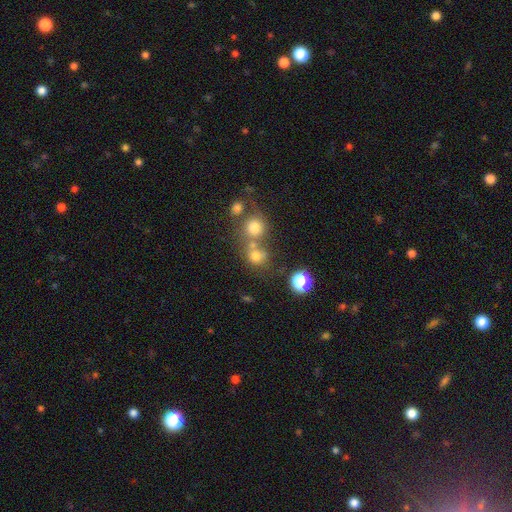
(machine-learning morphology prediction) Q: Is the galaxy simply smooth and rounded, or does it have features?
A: smooth — 70%.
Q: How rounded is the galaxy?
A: round — 80%.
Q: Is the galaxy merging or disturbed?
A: none — 46%.